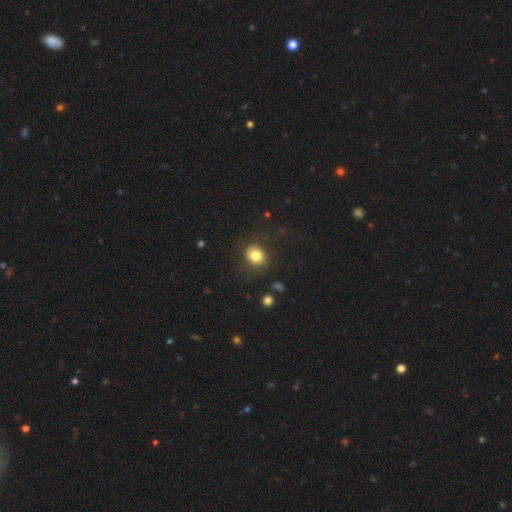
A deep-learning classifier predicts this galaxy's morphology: A smooth galaxy with no disk features (80%) that is round (57%).

Vote fractions:
- Smooth or featured? smooth: 80% / star or artifact: 10% / featured or disk: 9%
- How rounded? round: 57% / in between: 42% / cigar-shaped: 1%
- Merging? none: 79% / minor disturbance: 14% / major disturbance: 6% / merger: 2%